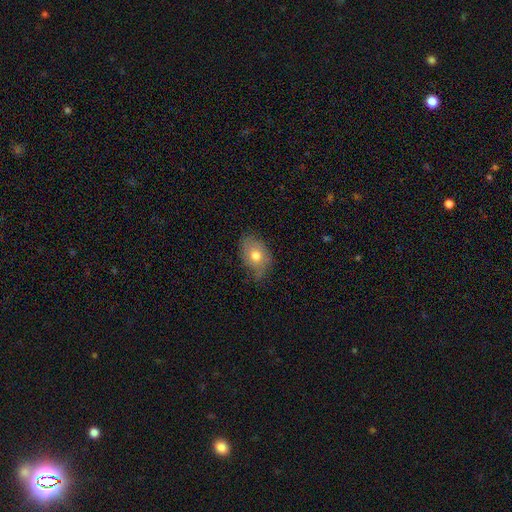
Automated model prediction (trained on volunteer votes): smooth 63%, featured or disk 28%, star or artifact 9%. Down the decision tree: how rounded — in between (73%); merging — none (61%).